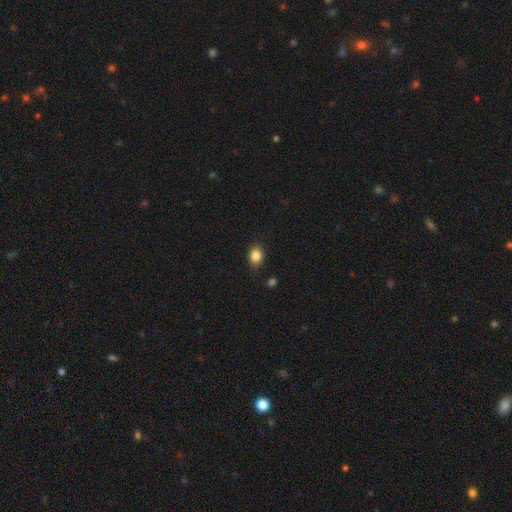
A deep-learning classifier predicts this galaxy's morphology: This appears to be a smooth galaxy with no disk features (85%) that is in between round and cigar-shaped (54%). Merging: none (83%).